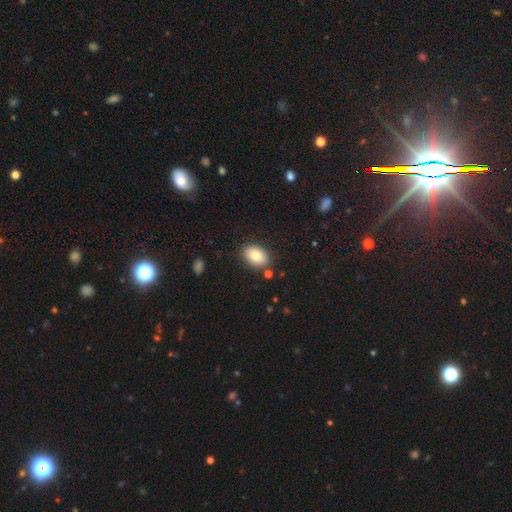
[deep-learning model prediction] This is clearly a smooth galaxy (83%). How rounded: clearly in between (85%). Merging: clearly none (84%).